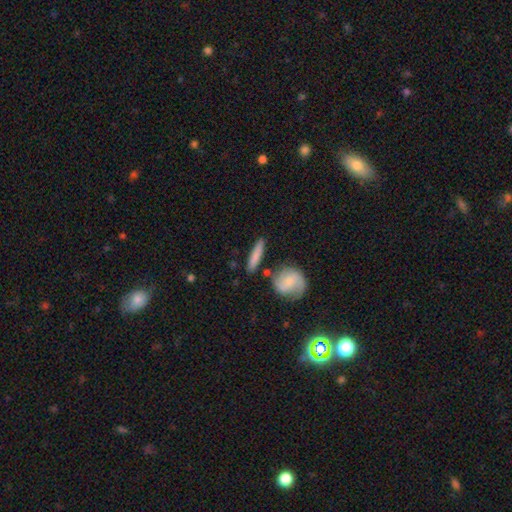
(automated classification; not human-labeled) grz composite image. It shows a smooth galaxy with no disk features (71%) that is cigar-shaped (84%). Merging: none (79%).